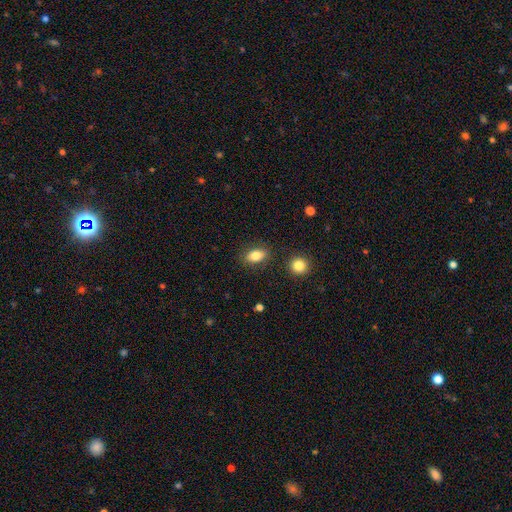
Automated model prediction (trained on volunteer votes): This is clearly a smooth galaxy (83%). How rounded: clearly in between (85%). Merging: clearly none (85%).